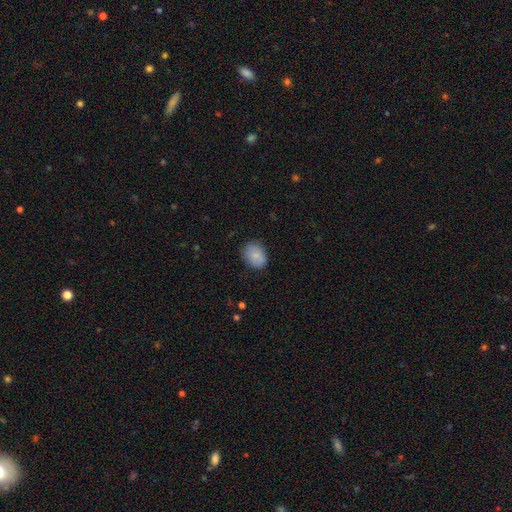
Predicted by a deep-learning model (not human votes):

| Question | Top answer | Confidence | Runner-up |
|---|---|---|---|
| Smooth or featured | smooth | 83% | featured or disk (9%) |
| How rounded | in between | 65% | round (34%) |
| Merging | none | 81% | minor disturbance (15%) |